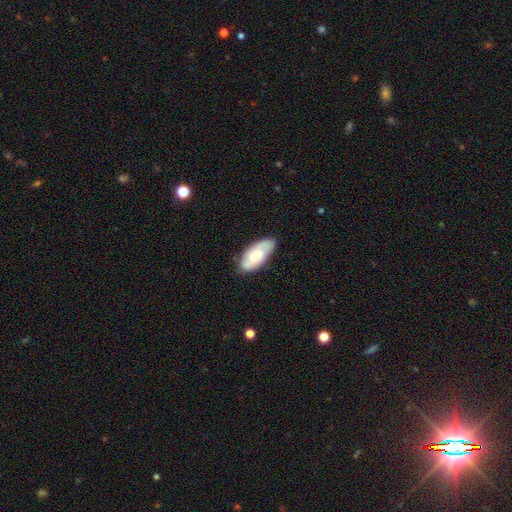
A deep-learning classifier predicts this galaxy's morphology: smooth-or-featured: featured or disk: 48% | smooth: 46% | star or artifact: 6%
  merging: none: 78% | minor disturbance: 17% | major disturbance: 3% | merger: 1%